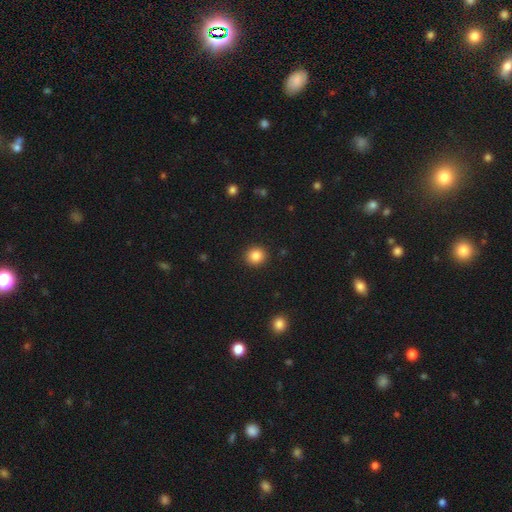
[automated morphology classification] Smooth or featured? smooth (85%)
How rounded? round (88%)
Merging? none (92%)